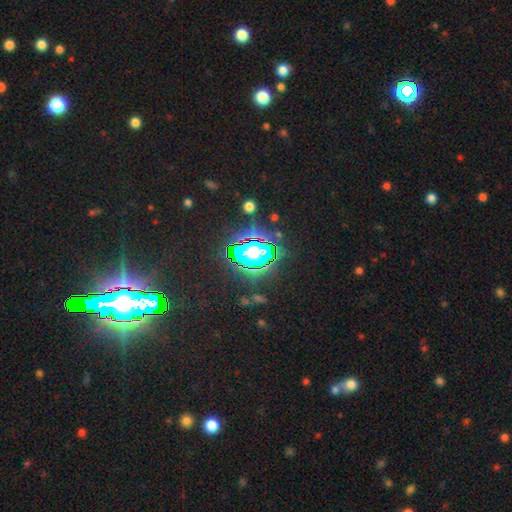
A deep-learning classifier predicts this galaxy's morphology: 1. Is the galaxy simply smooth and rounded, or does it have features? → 86% star or artifact, 7% featured or disk, 7% smooth.